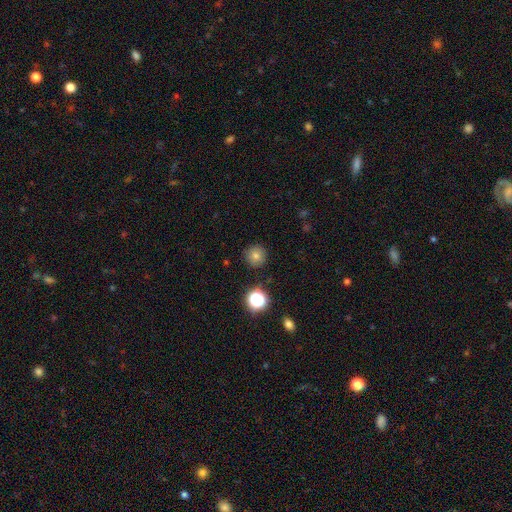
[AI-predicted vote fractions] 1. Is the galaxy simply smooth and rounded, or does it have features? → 76% smooth, 16% star or artifact, 8% featured or disk.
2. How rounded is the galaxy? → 95% round, 4% in between, 1% cigar-shaped.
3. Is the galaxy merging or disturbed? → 90% none, 7% minor disturbance, 2% major disturbance, 1% merger.